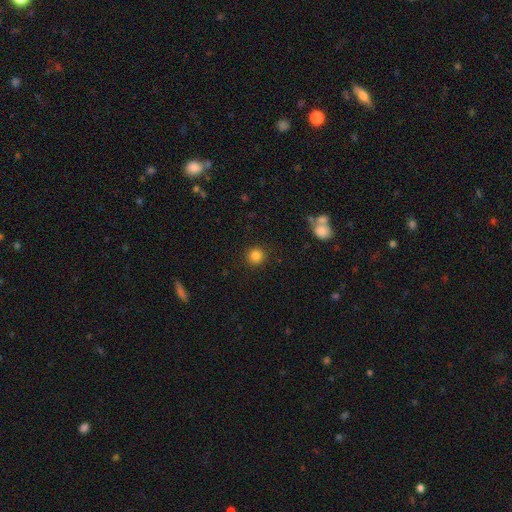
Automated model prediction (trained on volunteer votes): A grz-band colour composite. It shows a smooth galaxy with no disk features (84%) that is round (93%). Merging: none (91%).